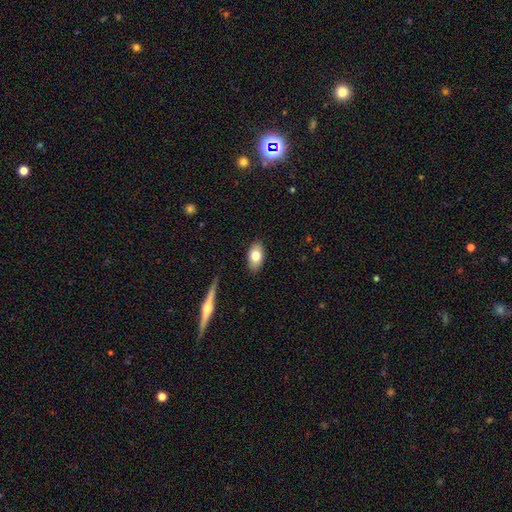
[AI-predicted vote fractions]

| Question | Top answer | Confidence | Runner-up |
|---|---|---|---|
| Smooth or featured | smooth | 75% | featured or disk (18%) |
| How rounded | in between | 90% | round (7%) |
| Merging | none | 86% | minor disturbance (10%) |